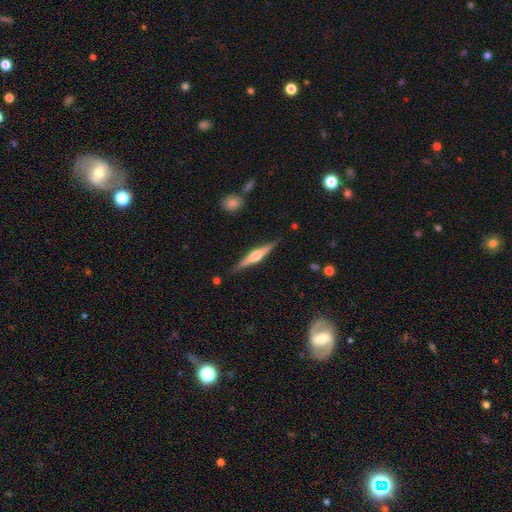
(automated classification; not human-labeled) This is likely a featured or disk galaxy (73%). It is clearly viewed edge-on (98%). Edge-on bulge: clearly rounded (90%). Merging: clearly none (88%).